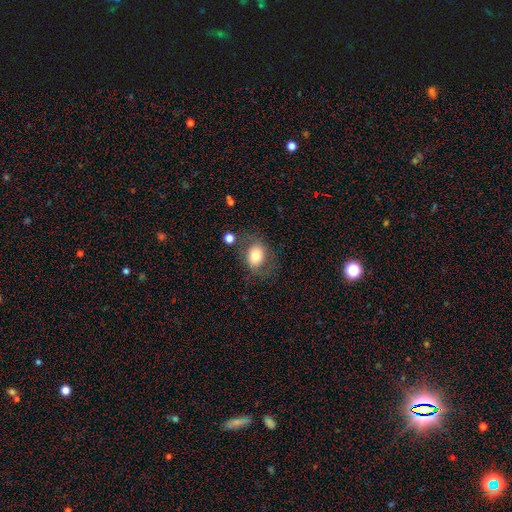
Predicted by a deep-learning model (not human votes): Smooth or featured? smooth (74%)
How rounded? in between (60%)
Merging? none (67%)